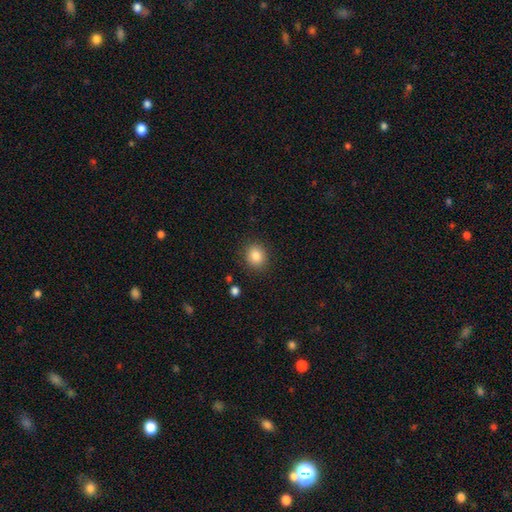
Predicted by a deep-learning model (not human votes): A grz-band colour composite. It shows a smooth galaxy with no disk features (86%) that is round (73%). Merging: none (88%).